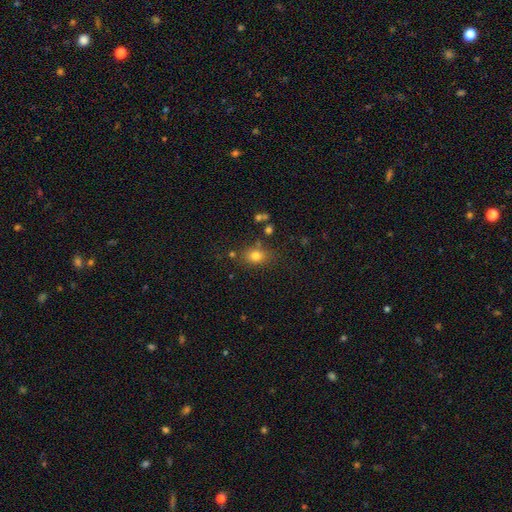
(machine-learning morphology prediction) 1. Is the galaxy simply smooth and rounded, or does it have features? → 78% smooth, 13% star or artifact, 10% featured or disk.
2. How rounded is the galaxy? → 67% in between, 31% round, 2% cigar-shaped.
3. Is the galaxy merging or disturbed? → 72% none, 16% minor disturbance, 6% merger, 5% major disturbance.